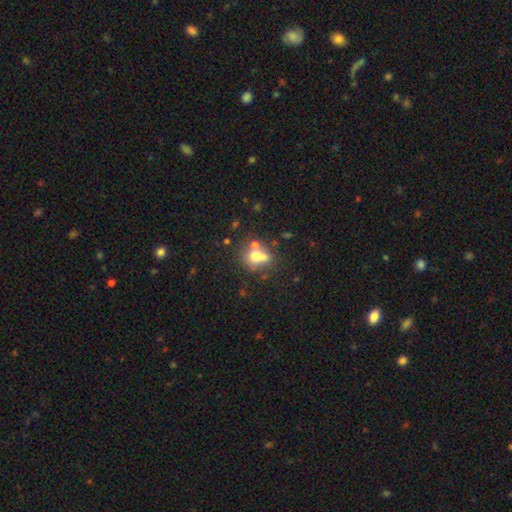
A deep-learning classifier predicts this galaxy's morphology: Smooth or featured?
  - smooth: 62% *
  - featured or disk: 24%
  - star or artifact: 13%
How rounded?
  - round: 67% *
  - in between: 32%
  - cigar-shaped: 2%
Merging?
  - none: 41% *
  - merger: 38%
  - minor disturbance: 13%
  - major disturbance: 7%